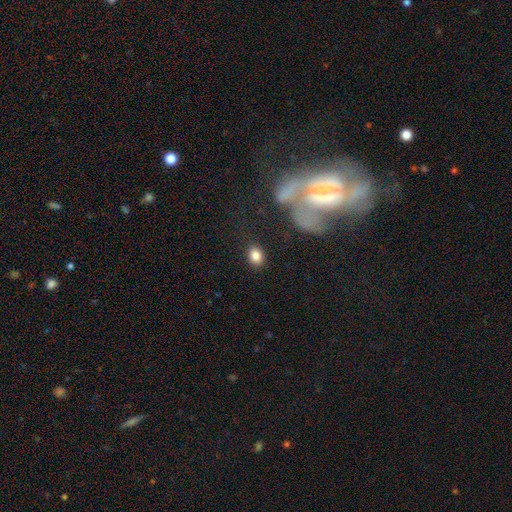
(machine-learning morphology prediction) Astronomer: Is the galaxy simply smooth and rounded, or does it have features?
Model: smooth — 84%.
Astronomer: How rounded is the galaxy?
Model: in between — 64%.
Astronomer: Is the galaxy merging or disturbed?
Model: none — 84%.